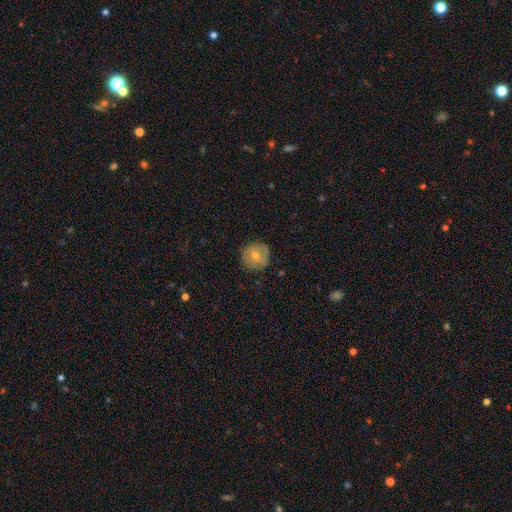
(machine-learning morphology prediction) A smooth galaxy with no disk features (61%) that is round (88%).

Vote fractions:
- Smooth or featured? smooth: 61% / featured or disk: 31% / star or artifact: 8%
- How rounded? round: 88% / in between: 11% / cigar-shaped: 1%
- Merging? none: 76% / minor disturbance: 18% / major disturbance: 4% / merger: 1%